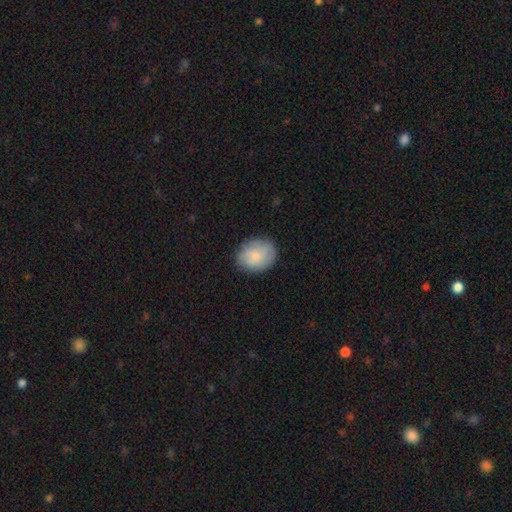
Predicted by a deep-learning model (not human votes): smooth 77%, featured or disk 17%, star or artifact 7%. Down the decision tree: how rounded — round (50%); merging — none (79%).